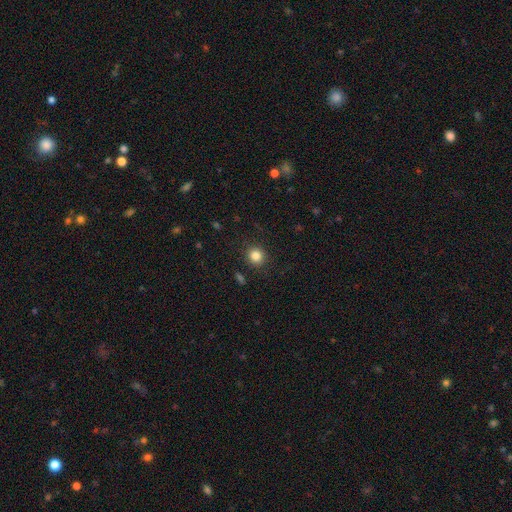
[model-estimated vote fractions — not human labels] Overall: smooth (83%). How rounded: round (88%). Merging: none (89%).